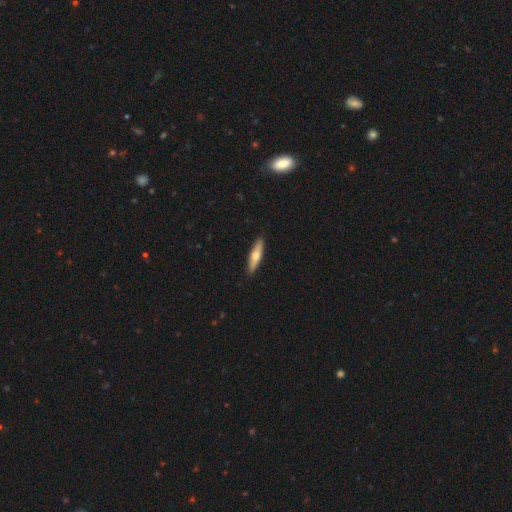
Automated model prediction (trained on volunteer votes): smooth_or_featured: smooth (p=0.58) [alt: featured or disk p=0.37]
how_rounded: cigar-shaped (p=0.78) [alt: in between p=0.20]
merging: none (p=0.91) [alt: minor disturbance p=0.07]